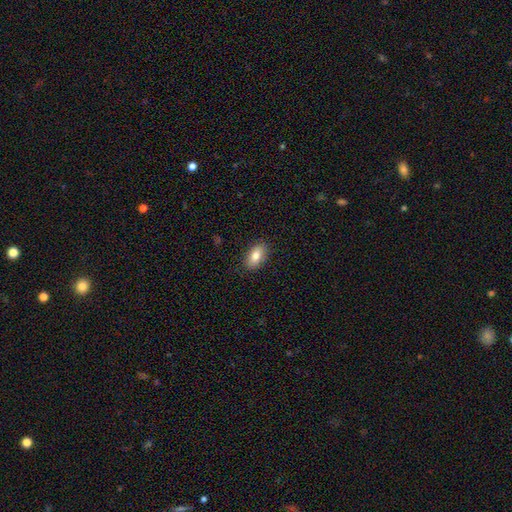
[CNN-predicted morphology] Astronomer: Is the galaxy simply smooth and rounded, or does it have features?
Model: smooth — 82%.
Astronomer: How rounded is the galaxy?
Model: in between — 91%.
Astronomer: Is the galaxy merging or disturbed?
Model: none — 88%.